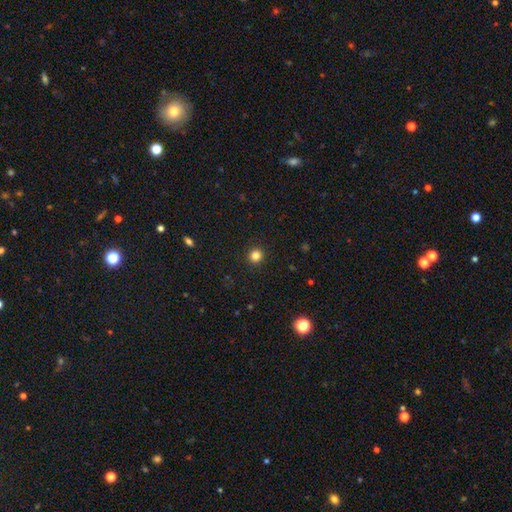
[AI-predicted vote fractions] Smooth or featured? smooth (83%)
How rounded? round (91%)
Merging? none (92%)